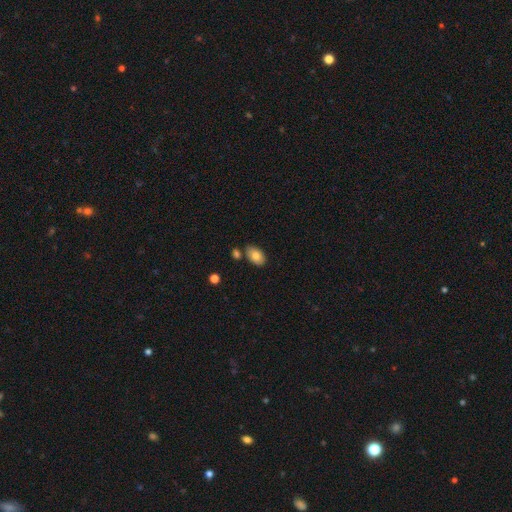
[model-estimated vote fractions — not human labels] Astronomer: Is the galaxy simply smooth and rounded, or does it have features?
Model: smooth — 82%.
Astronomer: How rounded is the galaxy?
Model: in between — 91%.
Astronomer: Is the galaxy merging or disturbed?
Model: none — 75%.